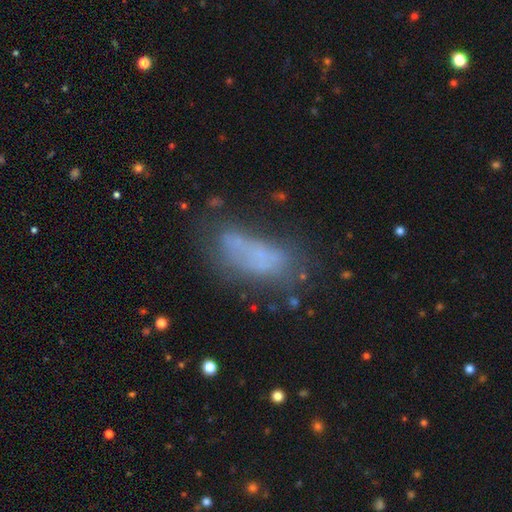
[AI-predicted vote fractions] Morphology: type=smooth (55%); roundness=in between (80%); merging=none (40%).